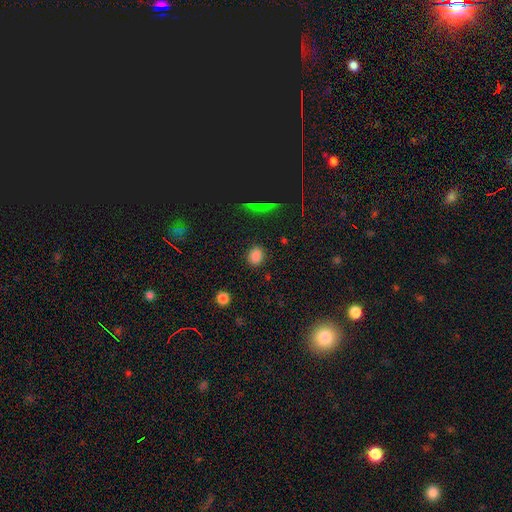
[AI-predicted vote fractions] Morphology: type=smooth (83%); roundness=round (57%); merging=none (88%).